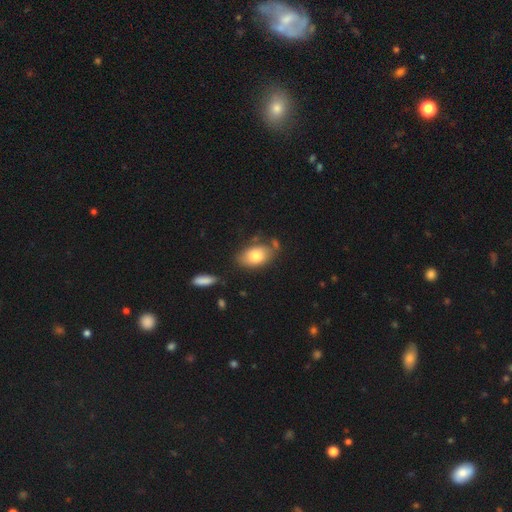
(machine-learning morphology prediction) smooth 78%, featured or disk 16%, star or artifact 7%. Down the decision tree: how rounded — in between (90%); merging — none (65%).